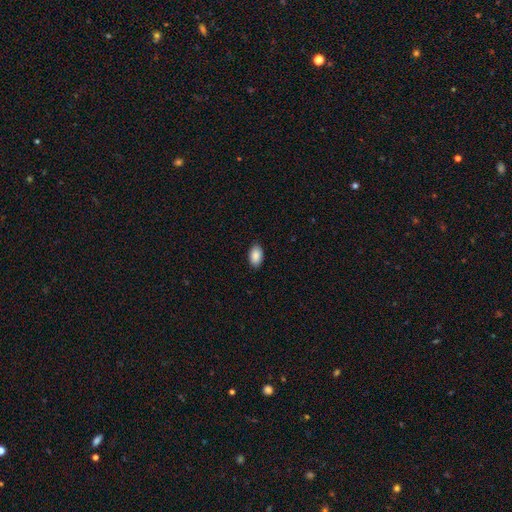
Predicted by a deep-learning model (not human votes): Smooth or featured?
  - smooth: 89% *
  - star or artifact: 7%
  - featured or disk: 4%
How rounded?
  - in between: 94% *
  - round: 5%
  - cigar-shaped: 1%
Merging?
  - none: 88% *
  - minor disturbance: 9%
  - major disturbance: 2%
  - merger: 1%